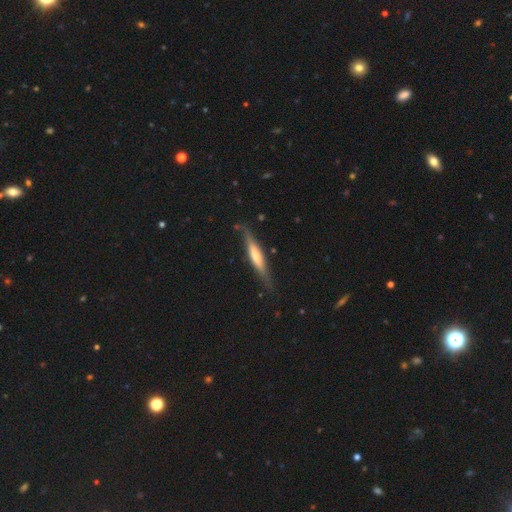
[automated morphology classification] A featured or disk galaxy (53%) viewed edge-on (90%). Merging: none (75%).